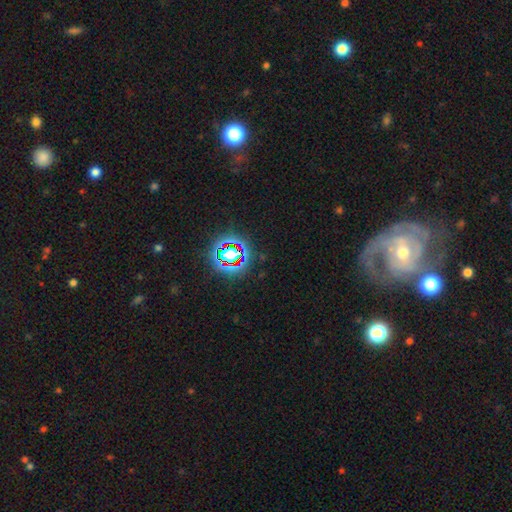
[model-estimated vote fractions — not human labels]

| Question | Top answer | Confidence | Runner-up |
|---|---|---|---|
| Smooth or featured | featured or disk | 42% | star or artifact (40%) |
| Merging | none | 68% | minor disturbance (14%) |